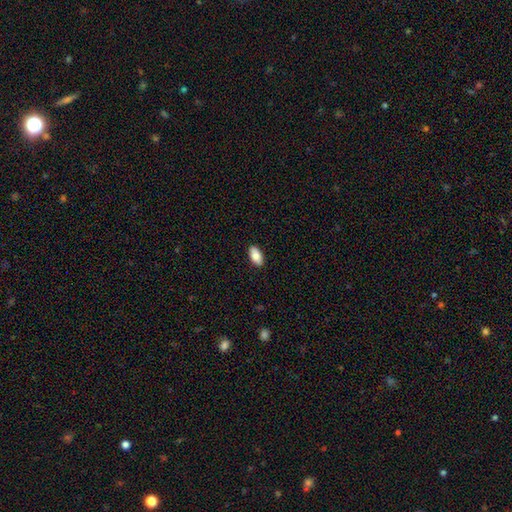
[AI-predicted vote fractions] Morphology: type=smooth (83%); roundness=in between (93%); merging=none (90%).